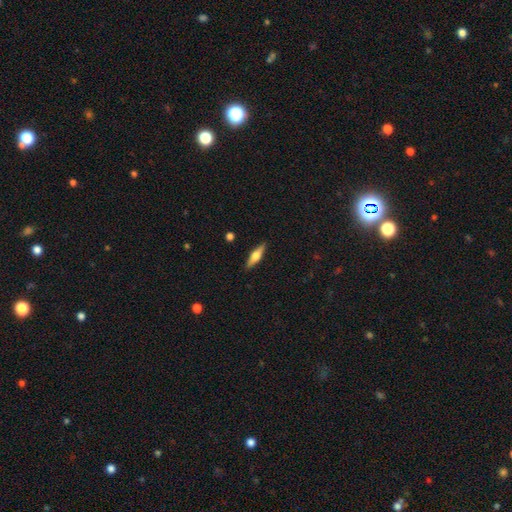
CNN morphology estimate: Smooth or featured: featured or disk — 50% (smooth — 43%)
Edge-on disk: yes — 94% (no — 6%)
Merging: none — 89% (minor disturbance — 8%)